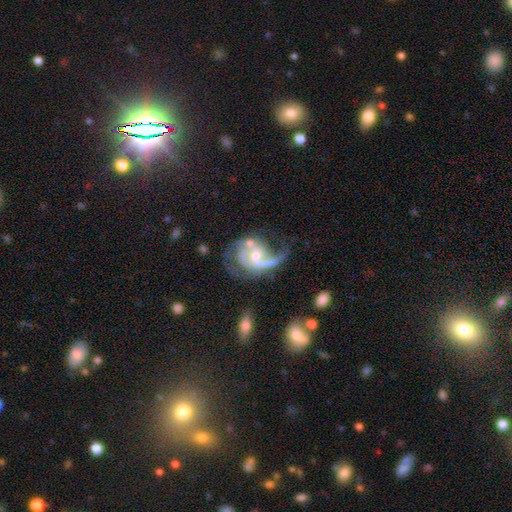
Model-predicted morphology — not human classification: Smooth or featured?
  - featured or disk: 86% *
  - smooth: 8%
  - star or artifact: 6%
Edge-on disk?
  - no: 98% *
  - yes: 2%
Bar?
  - no: 54% *
  - weak: 36%
  - strong: 10%
Spiral arms?
  - yes: 94% *
  - no: 6%
Spiral winding?
  - loose: 44% *
  - medium: 43%
  - tight: 13%
Spiral arm count?
  - 2: 60% *
  - 1: 21%
  - can't tell: 8%
  - 3: 7%
  - 4: 2%
  - more than 4: 2%
Bulge size?
  - moderate: 50% *
  - small: 42%
  - large: 3%
  - none: 3%
  - dominant: 1%
Merging?
  - none: 38% *
  - major disturbance: 29%
  - minor disturbance: 19%
  - merger: 14%